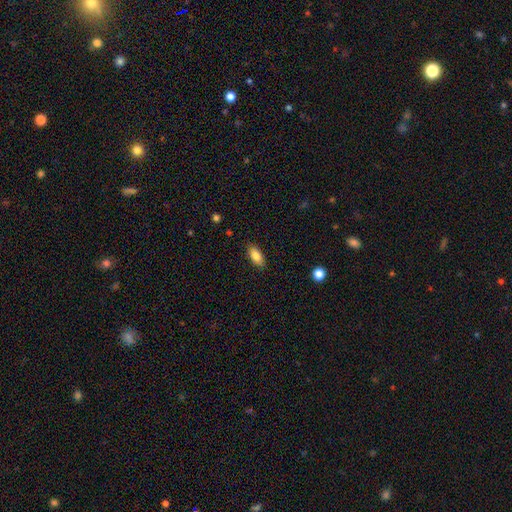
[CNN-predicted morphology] Overall: smooth (85%). How rounded: in between (87%). Merging: none (86%).